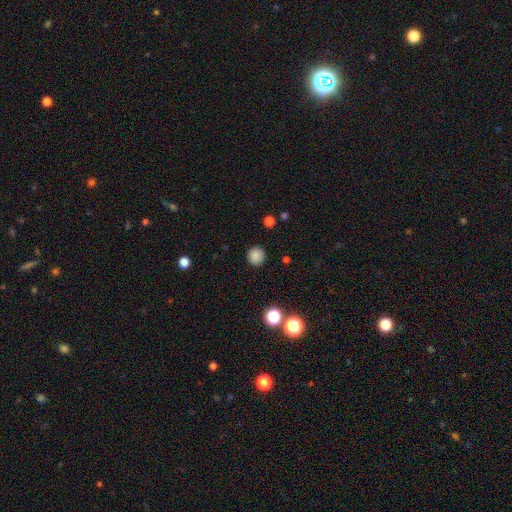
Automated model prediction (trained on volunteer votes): Smooth or featured? Predicted: smooth (p=0.85). How rounded? Predicted: round (p=0.93). Merging? Predicted: none (p=0.90).